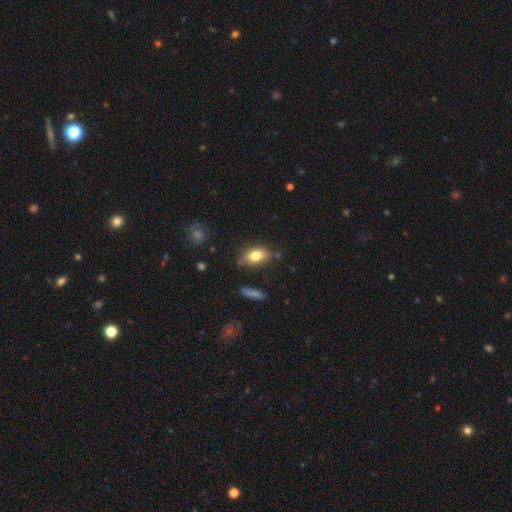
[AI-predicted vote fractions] smooth-or-featured: smooth: 79% | featured or disk: 12% | star or artifact: 9%
  how-rounded: in between: 84% | round: 13% | cigar-shaped: 3%
  merging: none: 77% | minor disturbance: 15% | merger: 4% | major disturbance: 3%